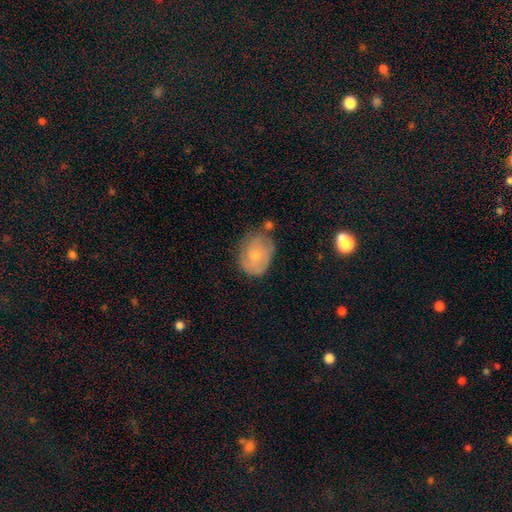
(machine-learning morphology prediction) A featured or disk galaxy (47%). Merging: none (59%).